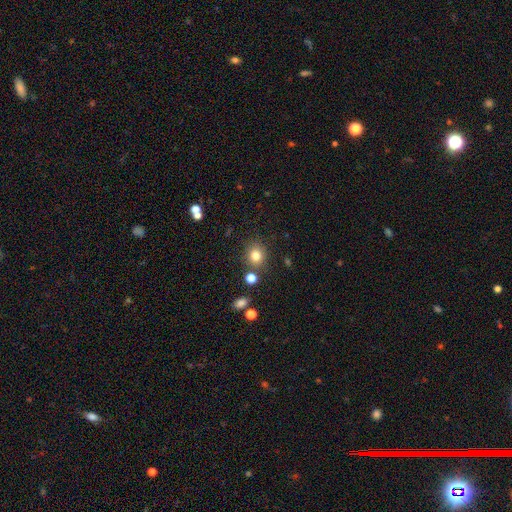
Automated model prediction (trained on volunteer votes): A smooth galaxy with no disk features (80%) that is round (76%). Merging: none (80%).